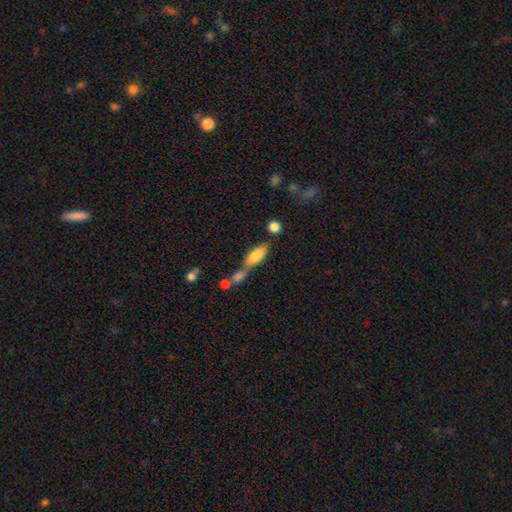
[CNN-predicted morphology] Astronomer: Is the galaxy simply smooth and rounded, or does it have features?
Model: smooth — 77%.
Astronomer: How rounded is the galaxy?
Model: in between — 72%.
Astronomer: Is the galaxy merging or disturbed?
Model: merger — 43% (runner-up: none, 39%).